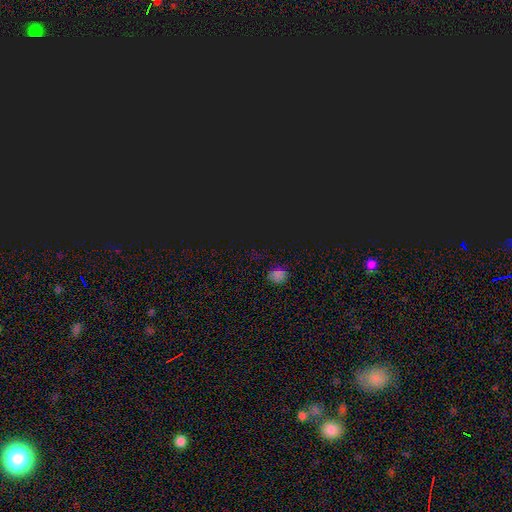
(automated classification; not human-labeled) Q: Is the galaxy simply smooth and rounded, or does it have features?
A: star or artifact — 67%.